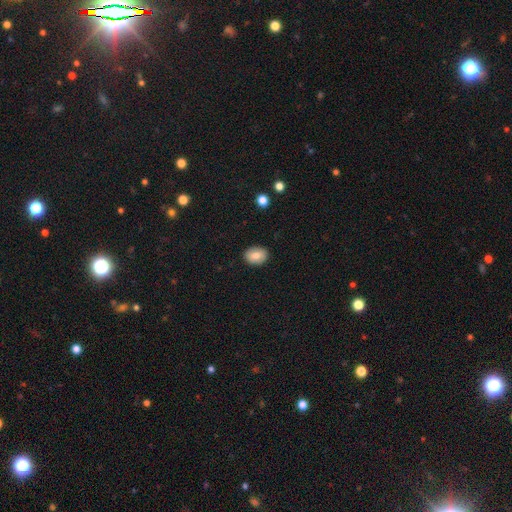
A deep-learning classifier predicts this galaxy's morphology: Overall: smooth (81%). How rounded: in between (67%; round 32%). Merging: none (89%).